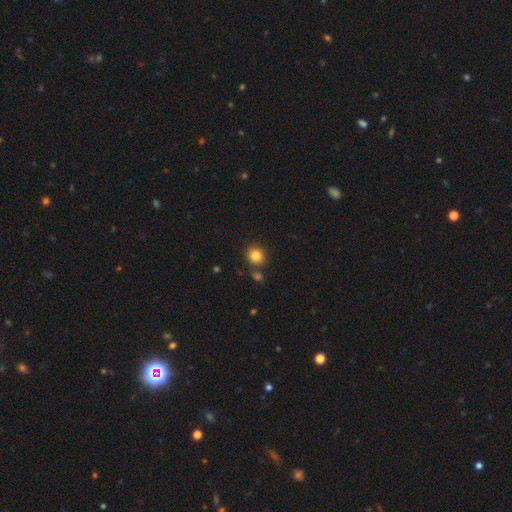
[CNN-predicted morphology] smooth-or-featured: smooth: 83% | star or artifact: 11% | featured or disk: 6%
  how-rounded: round: 85% | in between: 14% | cigar-shaped: 1%
  merging: none: 79% | merger: 10% | minor disturbance: 8% | major disturbance: 3%